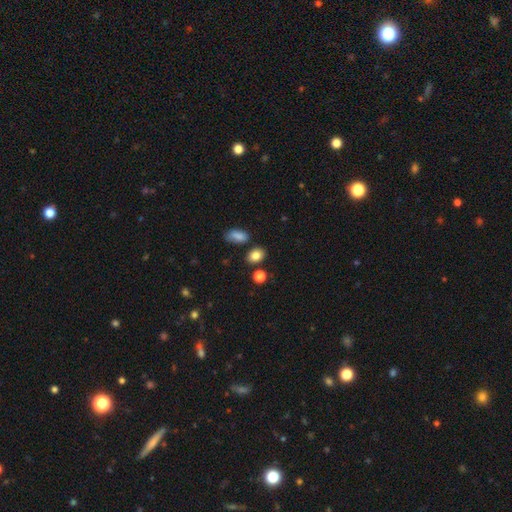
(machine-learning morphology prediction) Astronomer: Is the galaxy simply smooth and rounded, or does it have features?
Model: smooth — 83%.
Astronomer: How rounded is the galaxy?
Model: in between — 61% (runner-up: round, 38%).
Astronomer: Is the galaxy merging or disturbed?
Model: none — 78%.